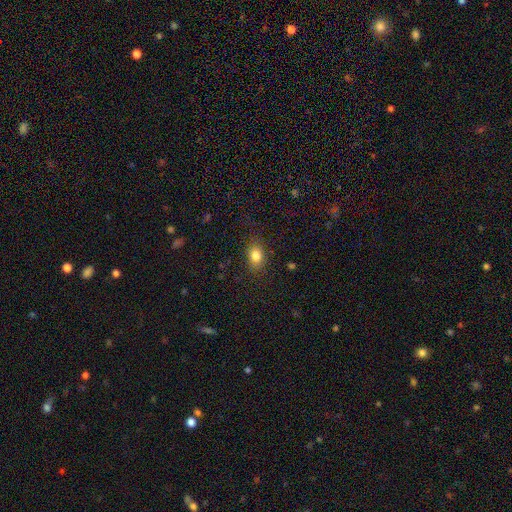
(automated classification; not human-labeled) Smooth or featured?
  - smooth: 82% *
  - star or artifact: 10%
  - featured or disk: 8%
How rounded?
  - in between: 72% *
  - round: 26%
  - cigar-shaped: 2%
Merging?
  - none: 83% *
  - minor disturbance: 12%
  - major disturbance: 4%
  - merger: 1%